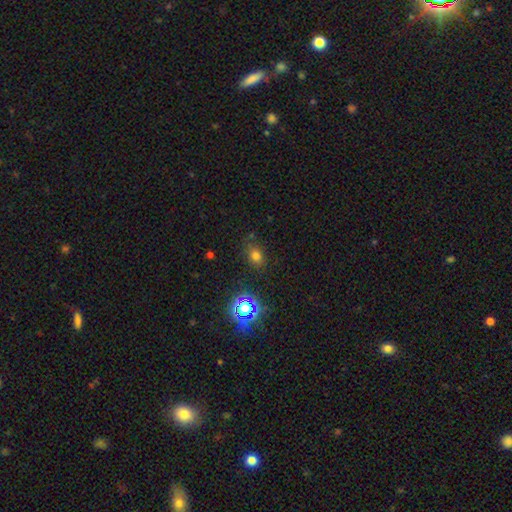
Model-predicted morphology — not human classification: A smooth galaxy with no disk features (68%) that is in between round and cigar-shaped (63%).

Vote fractions:
- Smooth or featured? smooth: 68% / star or artifact: 24% / featured or disk: 8%
- How rounded? in between: 63% / round: 35% / cigar-shaped: 2%
- Merging? none: 77% / minor disturbance: 15% / major disturbance: 5% / merger: 2%